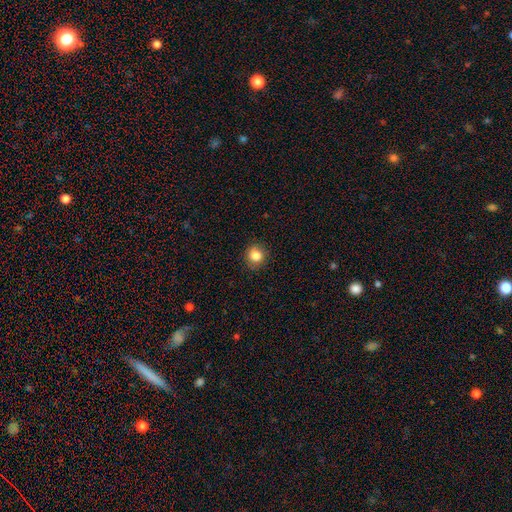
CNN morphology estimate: smooth-or-featured: smooth: 84% | star or artifact: 10% | featured or disk: 5%
  how-rounded: round: 88% | in between: 11% | cigar-shaped: 1%
  merging: none: 88% | minor disturbance: 8% | major disturbance: 2% | merger: 1%